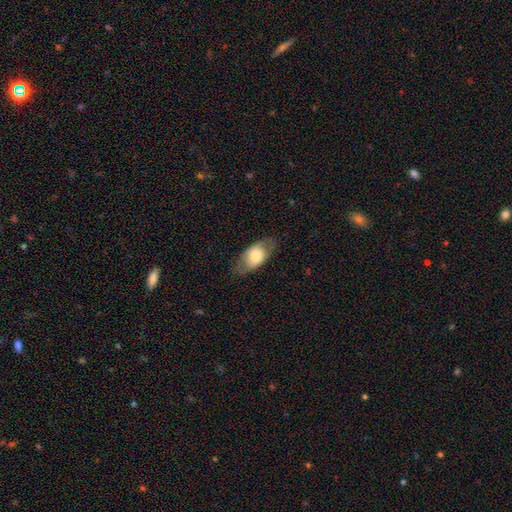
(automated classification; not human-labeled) Smooth or featured: smooth — 68% (featured or disk — 26%)
How rounded: in between — 89% (round — 6%)
Merging: none — 76% (minor disturbance — 17%)